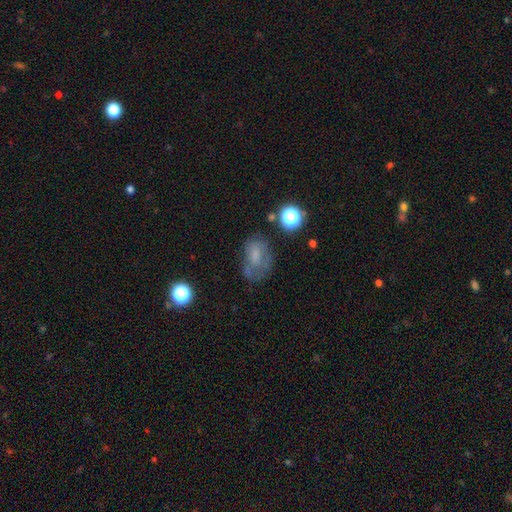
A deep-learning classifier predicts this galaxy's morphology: Smooth or featured? Predicted: smooth (p=0.51). How rounded? Predicted: in between (p=0.77). Merging? Predicted: none (p=0.44).